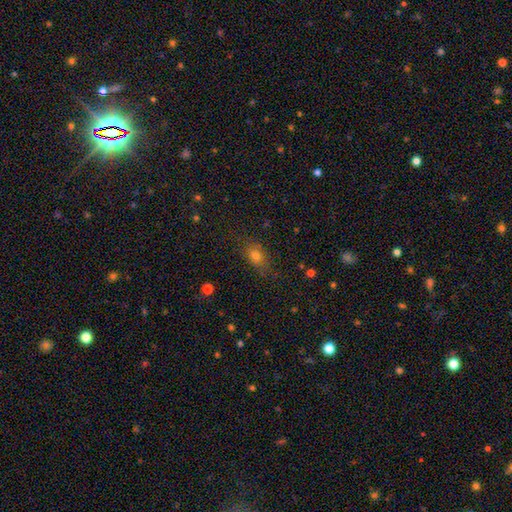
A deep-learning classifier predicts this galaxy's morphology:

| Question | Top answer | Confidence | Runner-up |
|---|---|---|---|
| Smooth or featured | smooth | 67% | star or artifact (19%) |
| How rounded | in between | 66% | round (26%) |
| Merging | none | 76% | minor disturbance (17%) |